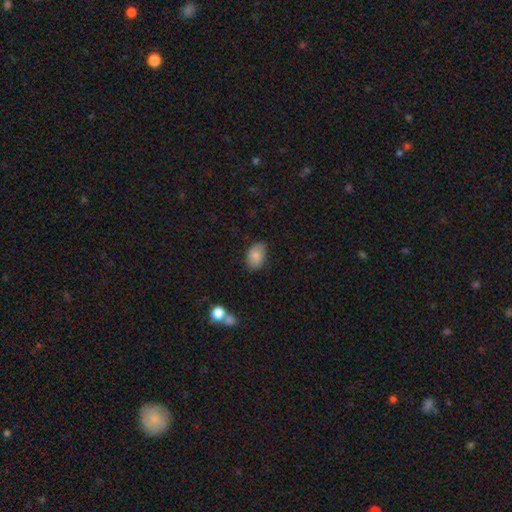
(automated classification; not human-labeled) The model was most divided on "merging": none: 71%, minor disturbance: 23%, major disturbance: 4%, merger: 2%. More confident: smooth or featured — smooth (83%); how rounded — in between (80%).